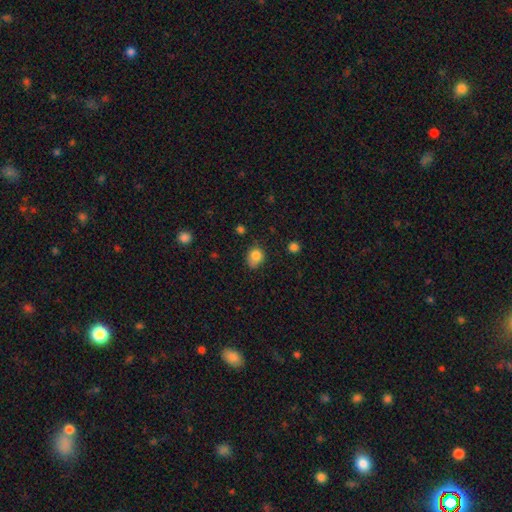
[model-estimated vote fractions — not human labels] This appears to be a smooth galaxy with no disk features (83%) that is round (62%). Merging: none (60%).